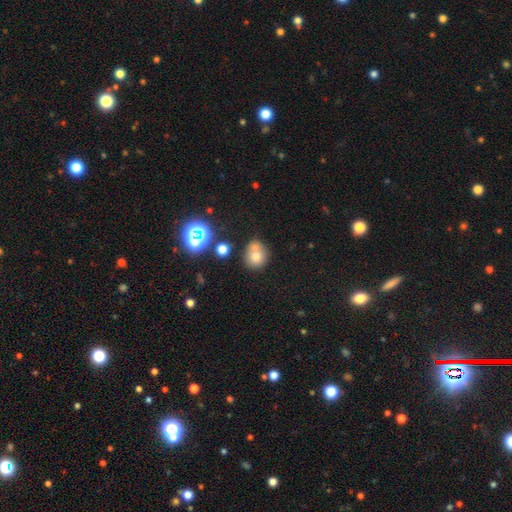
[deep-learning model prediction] Q: Smooth or featured?
A: smooth (70%); runner-up: star or artifact (15%)
Q: How rounded?
A: round (78%); runner-up: in between (21%)
Q: Merging?
A: none (47%); runner-up: merger (36%)